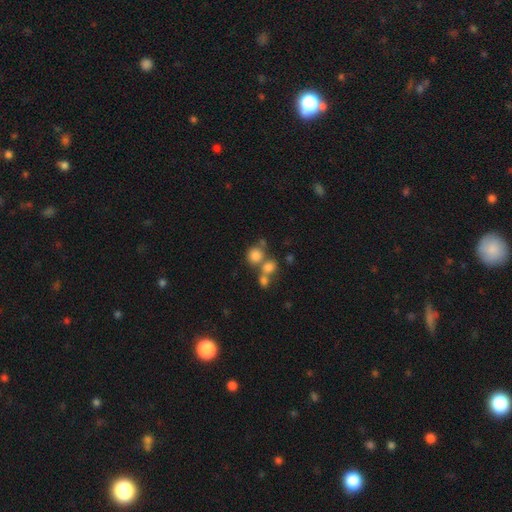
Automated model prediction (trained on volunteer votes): Morphology: type=smooth (78%); roundness=round (81%); merging=none (46%).